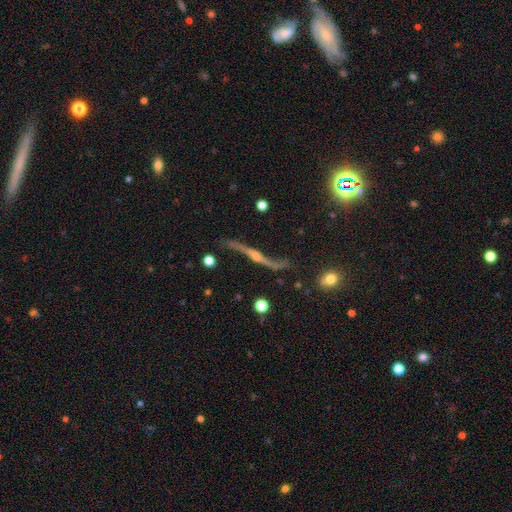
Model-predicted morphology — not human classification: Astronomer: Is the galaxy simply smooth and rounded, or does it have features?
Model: featured or disk — 80%.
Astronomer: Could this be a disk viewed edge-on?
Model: yes — 69%.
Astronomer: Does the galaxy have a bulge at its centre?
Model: rounded — 80%.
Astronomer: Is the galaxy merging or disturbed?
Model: none — 70%.